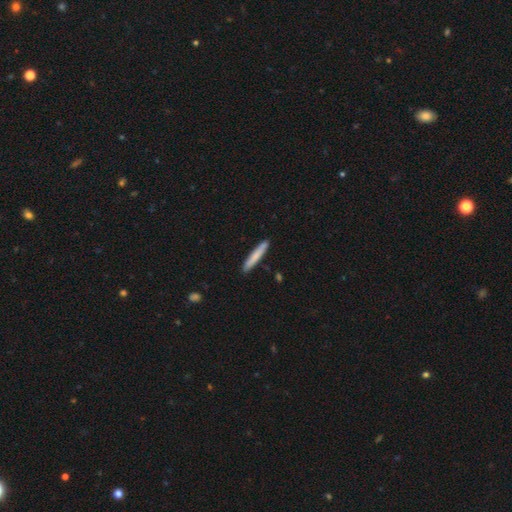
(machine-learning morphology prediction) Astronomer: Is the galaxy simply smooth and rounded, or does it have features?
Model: smooth — 77%.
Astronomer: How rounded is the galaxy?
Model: cigar-shaped — 95%.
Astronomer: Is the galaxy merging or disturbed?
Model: none — 90%.